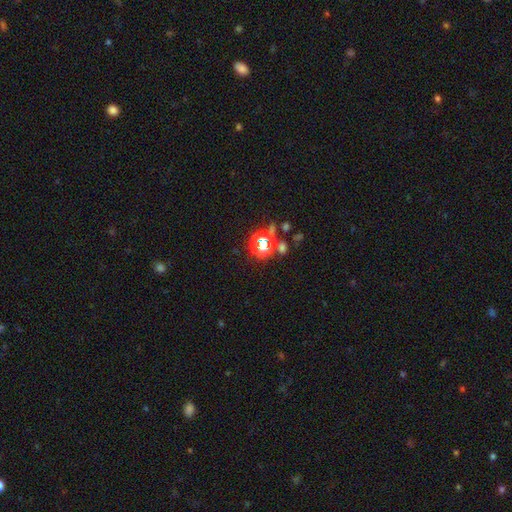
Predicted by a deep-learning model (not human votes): Smooth or featured? Predicted: star or artifact (p=0.64).